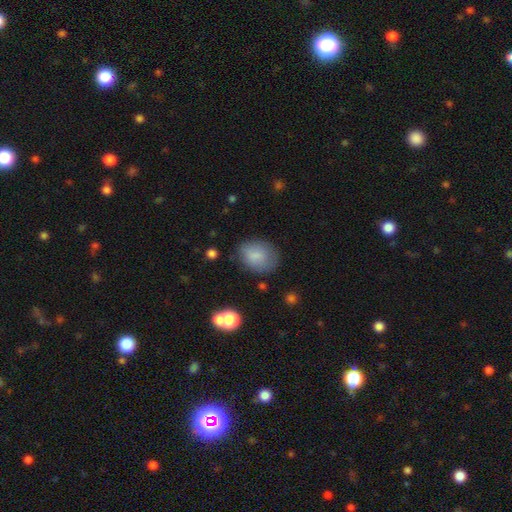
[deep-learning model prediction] Smooth or featured? Predicted: smooth (p=0.81). How rounded? Predicted: in between (p=0.66). Merging? Predicted: none (p=0.72).